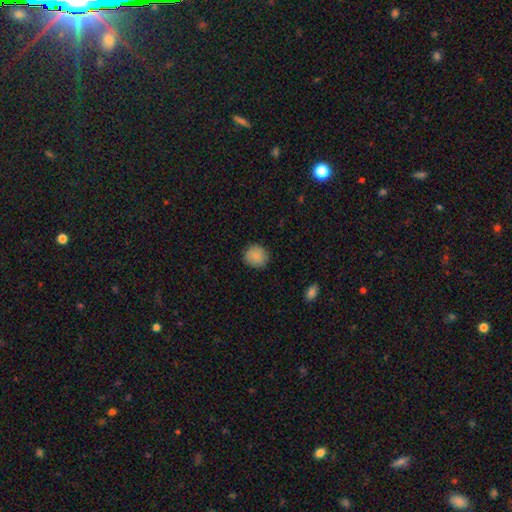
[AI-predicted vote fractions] Smooth or featured? Predicted: smooth (p=0.88). How rounded? Predicted: round (p=0.87). Merging? Predicted: none (p=0.89).